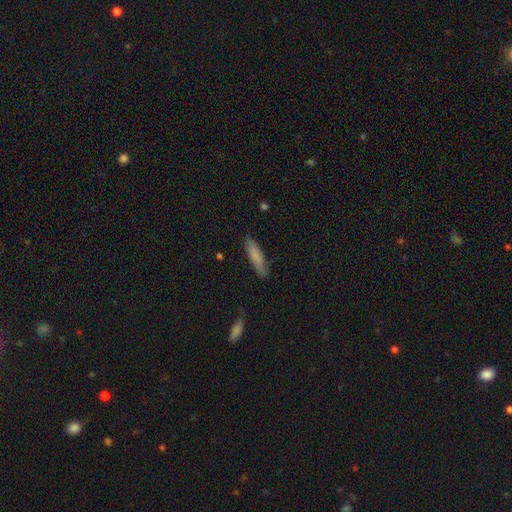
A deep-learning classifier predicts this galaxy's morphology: Q: Smooth or featured?
A: smooth (78%); runner-up: featured or disk (16%)
Q: How rounded?
A: cigar-shaped (77%); runner-up: in between (21%)
Q: Merging?
A: none (83%); runner-up: minor disturbance (13%)